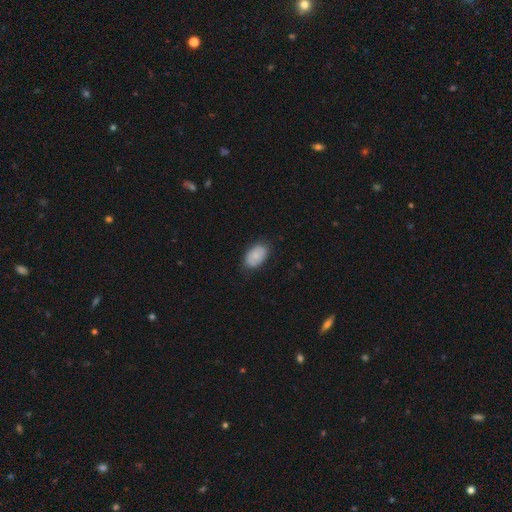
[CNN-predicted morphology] Smooth or featured?
  - smooth: 79% *
  - featured or disk: 14%
  - star or artifact: 7%
How rounded?
  - in between: 90% *
  - round: 9%
  - cigar-shaped: 1%
Merging?
  - none: 79% *
  - minor disturbance: 16%
  - major disturbance: 3%
  - merger: 1%